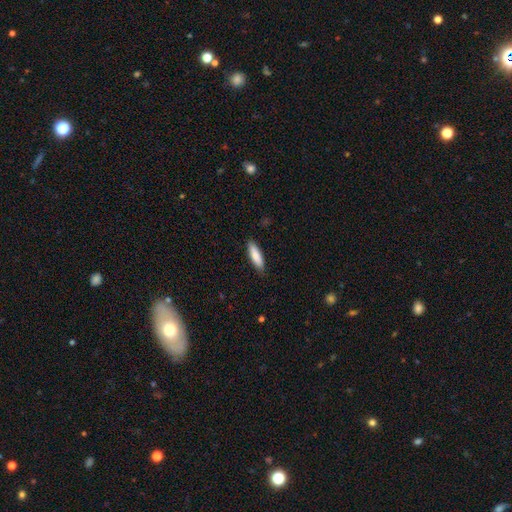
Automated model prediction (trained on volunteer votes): Smooth or featured? Predicted: smooth (p=0.84). How rounded? Predicted: cigar-shaped (p=0.63). Merging? Predicted: none (p=0.87).